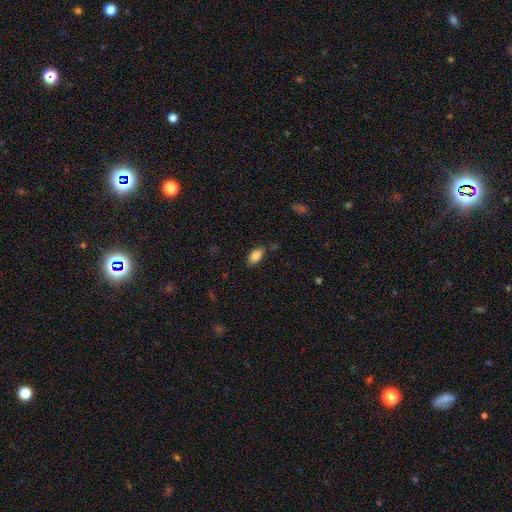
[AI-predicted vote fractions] smooth-or-featured: smooth: 86% | star or artifact: 8% | featured or disk: 6%
  how-rounded: in between: 92% | round: 5% | cigar-shaped: 3%
  merging: none: 77% | minor disturbance: 17% | major disturbance: 4% | merger: 3%